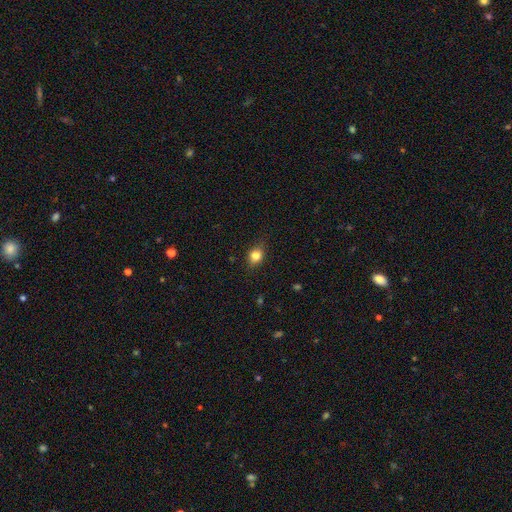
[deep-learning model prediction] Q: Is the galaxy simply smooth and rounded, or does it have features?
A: smooth — 77%.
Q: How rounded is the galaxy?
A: round — 55%.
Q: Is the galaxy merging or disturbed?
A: none — 78%.